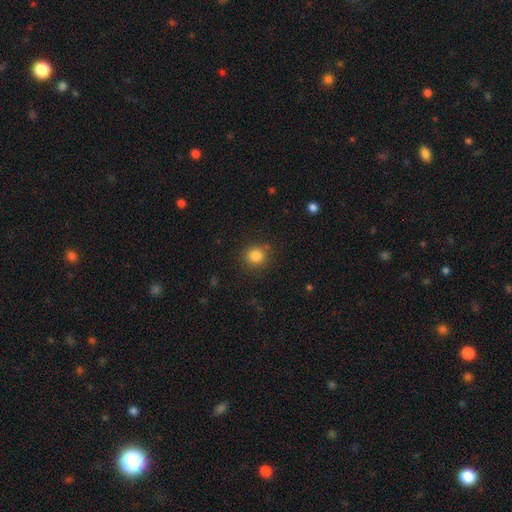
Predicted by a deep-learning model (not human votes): smooth 84%, star or artifact 12%, featured or disk 5%. Down the decision tree: how rounded — round (88%); merging — none (85%).